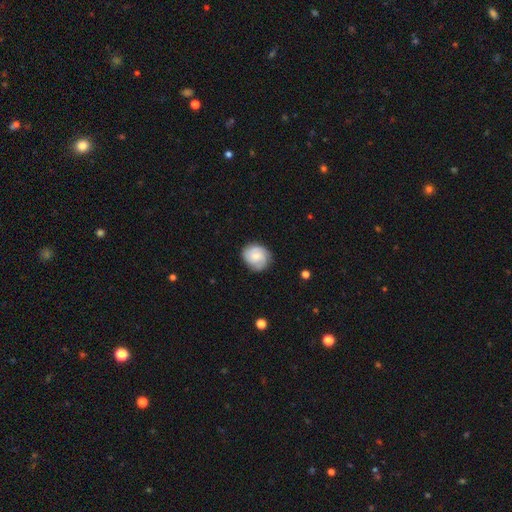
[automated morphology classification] Smooth or featured? Predicted: smooth (p=0.49). Merging? Predicted: none (p=0.75).